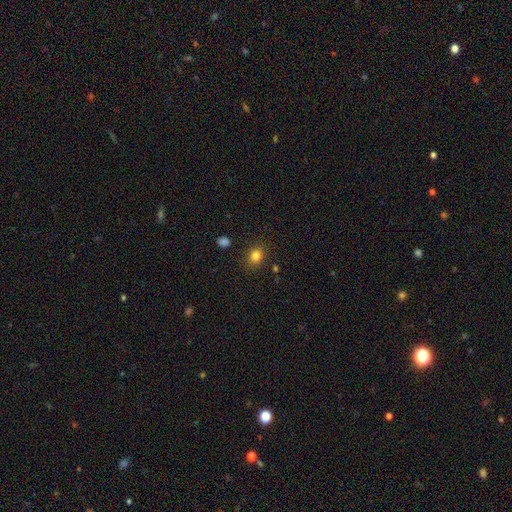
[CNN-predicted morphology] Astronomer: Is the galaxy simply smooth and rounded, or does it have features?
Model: smooth — 83%.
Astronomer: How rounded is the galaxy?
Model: round — 62%.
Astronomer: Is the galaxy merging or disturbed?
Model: none — 85%.